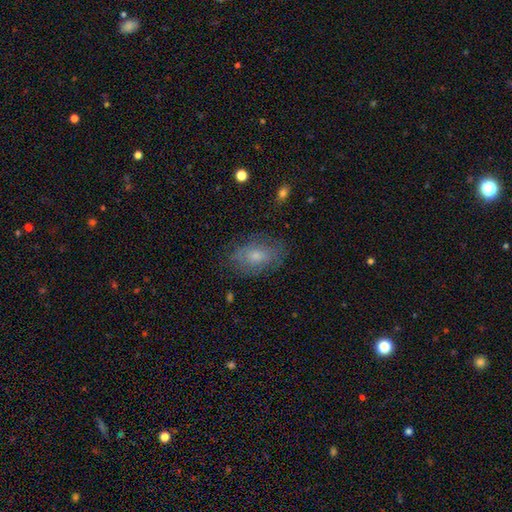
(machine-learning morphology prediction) Smooth or featured? Predicted: smooth (p=0.54). How rounded? Predicted: in between (p=0.84). Merging? Predicted: none (p=0.71).